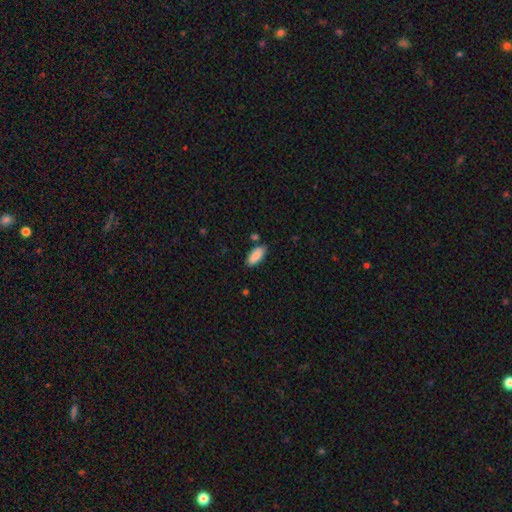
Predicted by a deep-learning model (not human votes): Smooth or featured? smooth (88%)
How rounded? in between (89%)
Merging? none (76%)